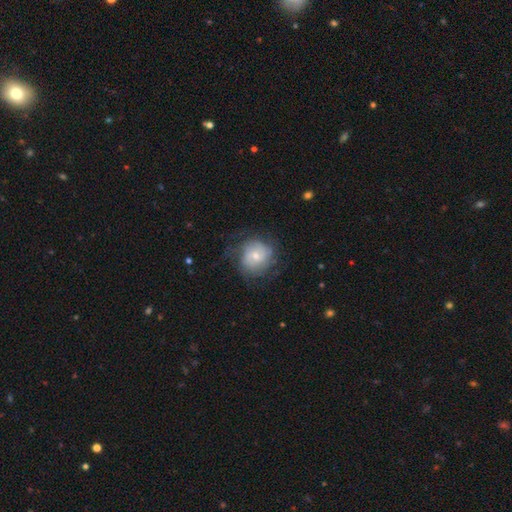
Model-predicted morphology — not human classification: A featured or disk galaxy (55%) with no bar (75%), spiral arms (77%) and a small central bulge (59%).

Vote fractions:
- Smooth or featured? featured or disk: 55% / smooth: 37% / star or artifact: 8%
- Edge-on disk? no: 97% / yes: 3%
- Bar? no: 75% / weak: 22% / strong: 3%
- Spiral arms? yes: 77% / no: 23%
- Bulge size? small: 59% / moderate: 36% / large: 2% / none: 2% / dominant: 1%
- Merging? none: 61% / minor disturbance: 22% / major disturbance: 16% / merger: 1%